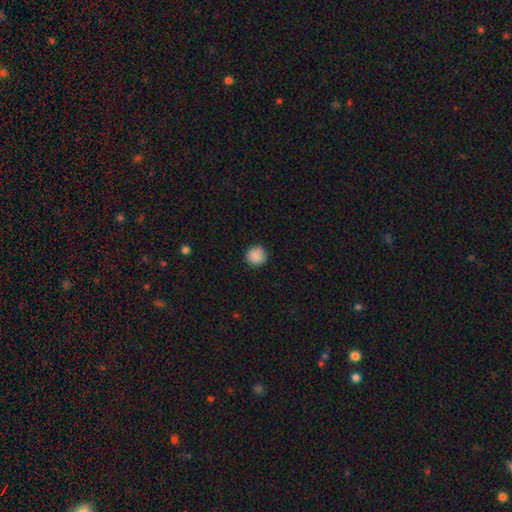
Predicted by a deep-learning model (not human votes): A smooth galaxy with no disk features (89%) that is round (94%). Merging: none (89%).